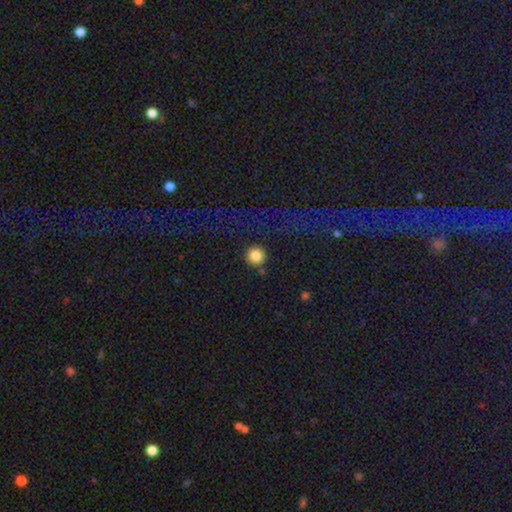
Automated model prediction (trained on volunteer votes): This appears to be a smooth galaxy with no disk features (85%) that is round (95%). Merging: none (85%).